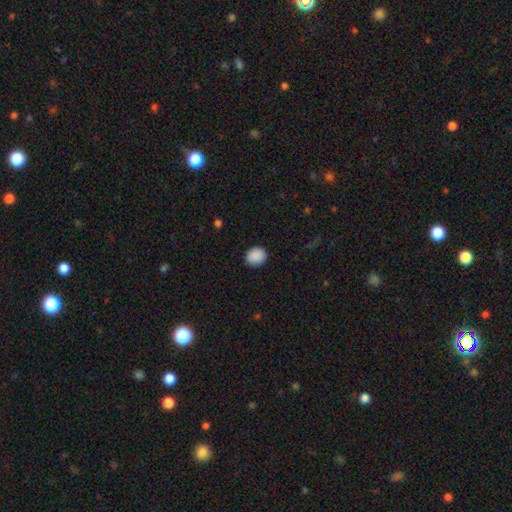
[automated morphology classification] This appears to be a smooth galaxy with no disk features (90%) that is round (73%). Merging: none (89%).